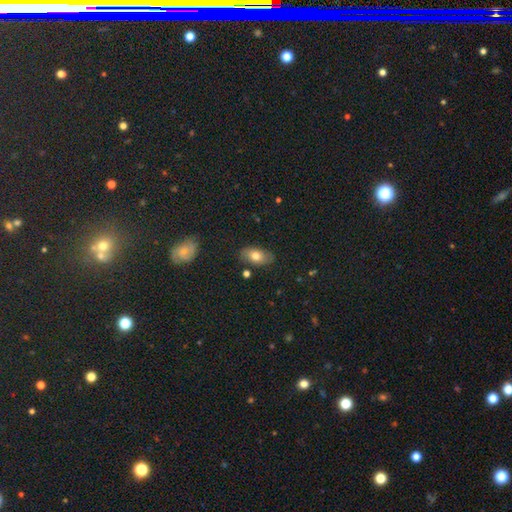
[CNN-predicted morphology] type=smooth (72%); roundness=in between (90%); merging=none (82%).